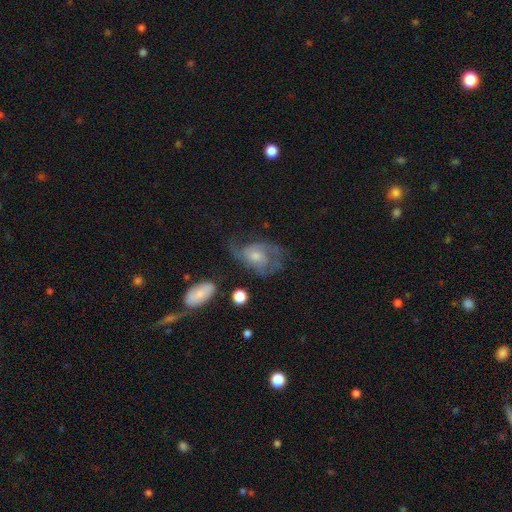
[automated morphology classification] Q: Smooth or featured?
A: featured or disk (77%); runner-up: smooth (15%)
Q: Edge-on disk?
A: no (97%); runner-up: yes (3%)
Q: Bar?
A: no (70%); runner-up: weak (26%)
Q: Spiral arms?
A: yes (91%); runner-up: no (9%)
Q: Spiral winding?
A: medium (45%); runner-up: tight (32%)
Q: Spiral arm count?
A: 2 (54%); runner-up: can't tell (21%)
Q: Bulge size?
A: small (45%); runner-up: moderate (42%)
Q: Merging?
A: none (51%); runner-up: major disturbance (24%)